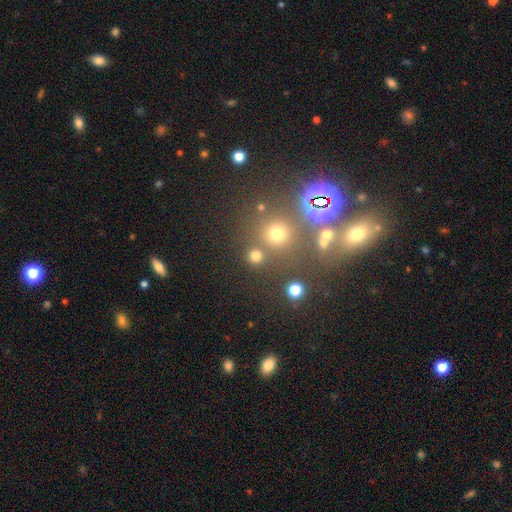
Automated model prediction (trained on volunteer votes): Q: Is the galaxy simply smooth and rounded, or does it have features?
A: smooth — 72%.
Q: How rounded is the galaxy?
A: round — 92%.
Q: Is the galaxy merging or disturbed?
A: none — 79%.